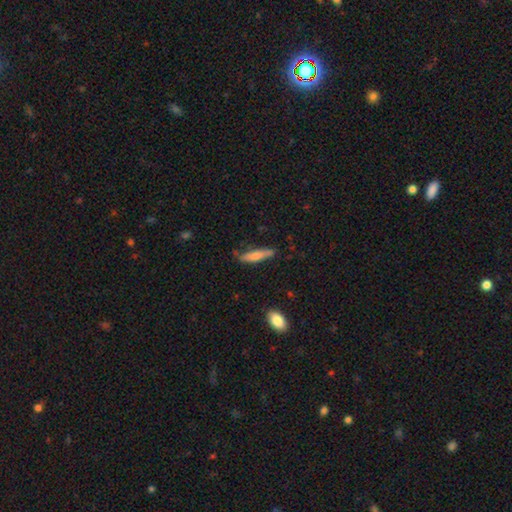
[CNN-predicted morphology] This appears to be a smooth galaxy with no disk features (69%) that is cigar-shaped (80%). Merging: none (77%).